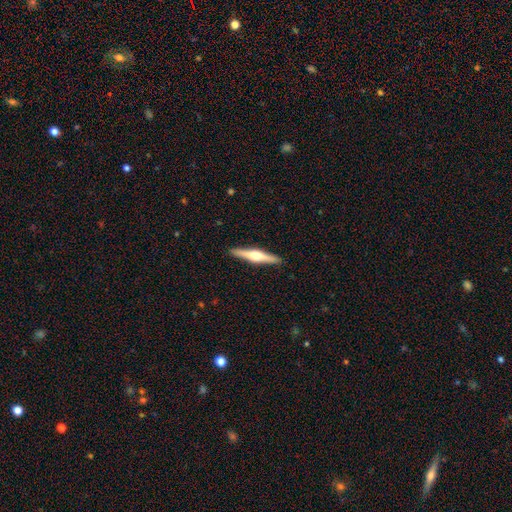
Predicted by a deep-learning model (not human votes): This is likely a featured or disk galaxy (67%). It is clearly viewed edge-on (98%). Edge-on bulge: clearly rounded (93%). Merging: clearly none (92%).